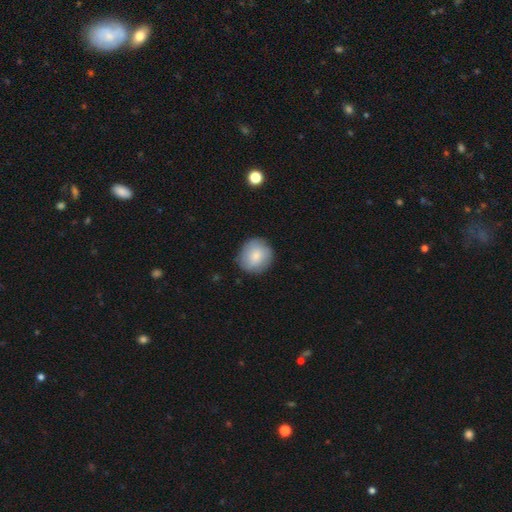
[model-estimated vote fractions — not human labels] A smooth galaxy with no disk features (79%) that is round (86%). Merging: none (84%).